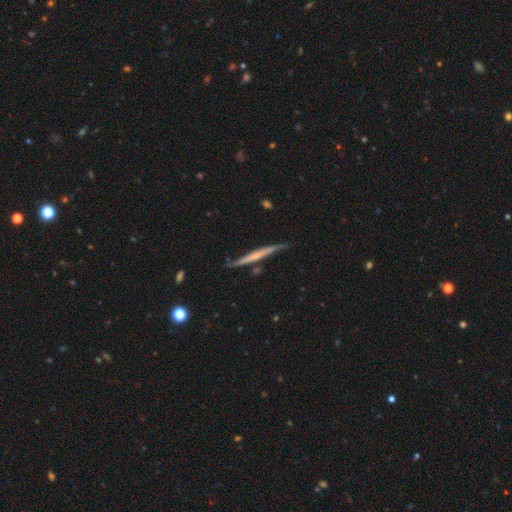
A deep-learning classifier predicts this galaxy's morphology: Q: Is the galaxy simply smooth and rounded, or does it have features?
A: featured or disk — 65%.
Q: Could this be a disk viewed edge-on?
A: yes — 95%.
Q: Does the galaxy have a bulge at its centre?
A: none — 60%.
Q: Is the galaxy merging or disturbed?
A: none — 74%.